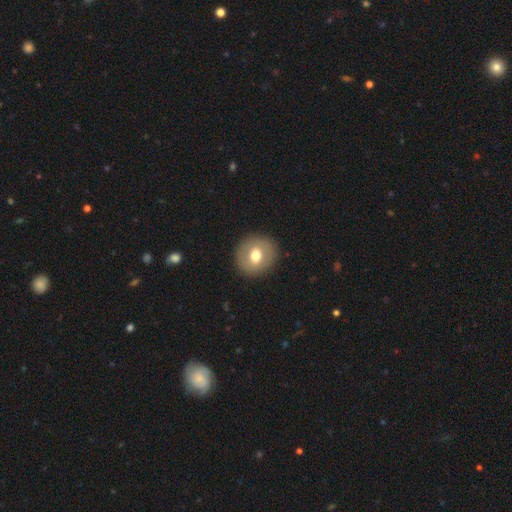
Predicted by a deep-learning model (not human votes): Morphology: type=smooth (68%); roundness=round (86%); merging=none (91%).